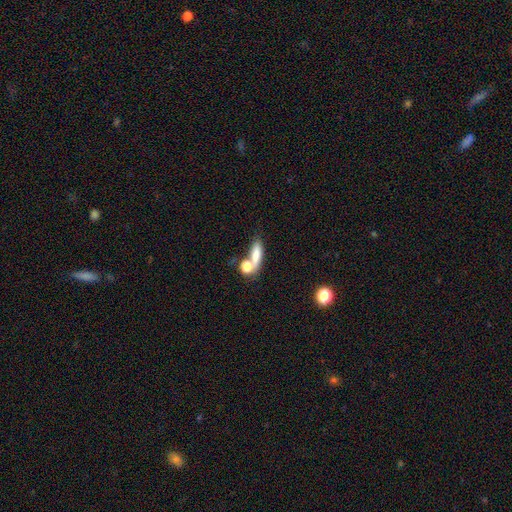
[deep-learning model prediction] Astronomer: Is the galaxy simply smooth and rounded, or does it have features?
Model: smooth — 74%.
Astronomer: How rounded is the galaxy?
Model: in between — 47% (runner-up: cigar-shaped, 38%).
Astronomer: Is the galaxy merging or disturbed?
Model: none — 47% (runner-up: merger, 33%).